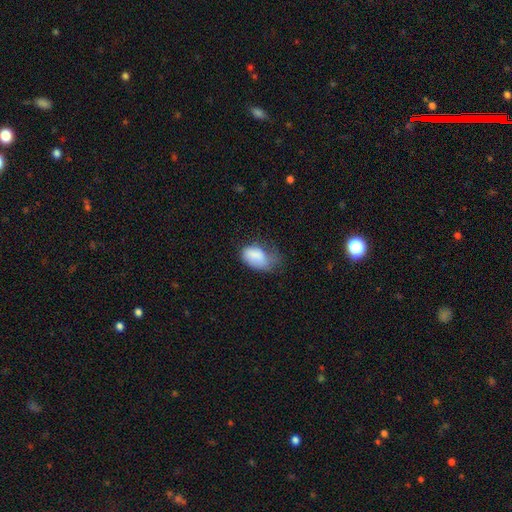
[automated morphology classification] type=smooth (81%); roundness=in between (91%); merging=minor disturbance (38%).